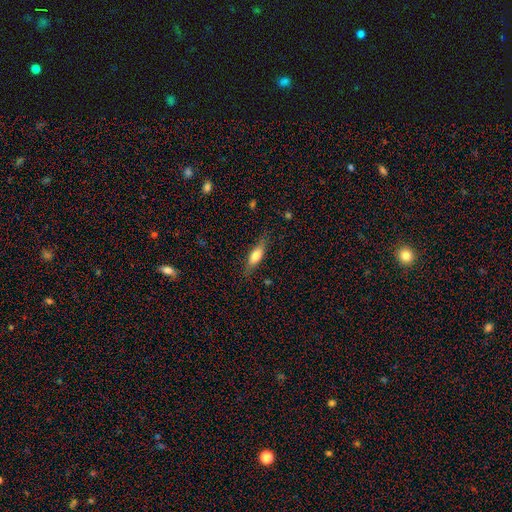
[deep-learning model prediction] Smooth or featured?
  - smooth: 67% *
  - featured or disk: 27%
  - star or artifact: 6%
How rounded?
  - in between: 52% *
  - cigar-shaped: 46%
  - round: 2%
Merging?
  - none: 80% *
  - minor disturbance: 15%
  - major disturbance: 4%
  - merger: 1%